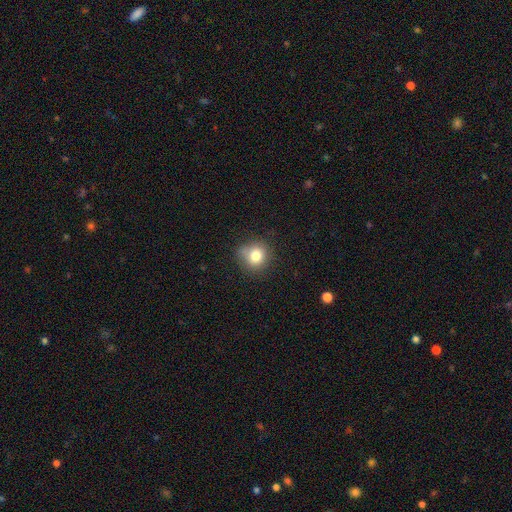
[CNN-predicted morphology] Smooth or featured?
  - smooth: 79% *
  - star or artifact: 12%
  - featured or disk: 9%
How rounded?
  - round: 85% *
  - in between: 14%
  - cigar-shaped: 1%
Merging?
  - none: 69% *
  - minor disturbance: 21%
  - major disturbance: 6%
  - merger: 4%